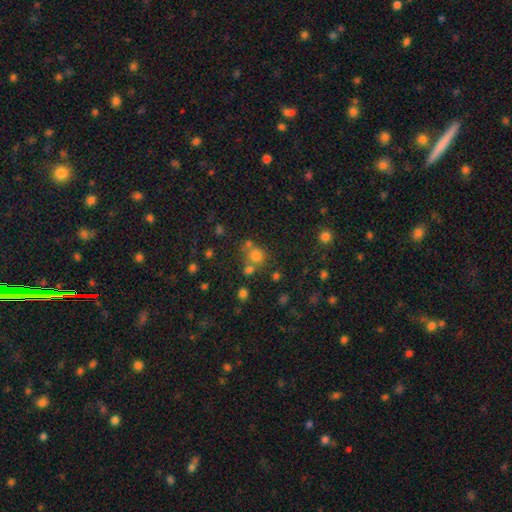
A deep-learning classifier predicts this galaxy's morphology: The model was most divided on "merging": none: 56%, merger: 28%, minor disturbance: 11%, major disturbance: 6%. More confident: how rounded — round (85%); smooth or featured — smooth (71%).